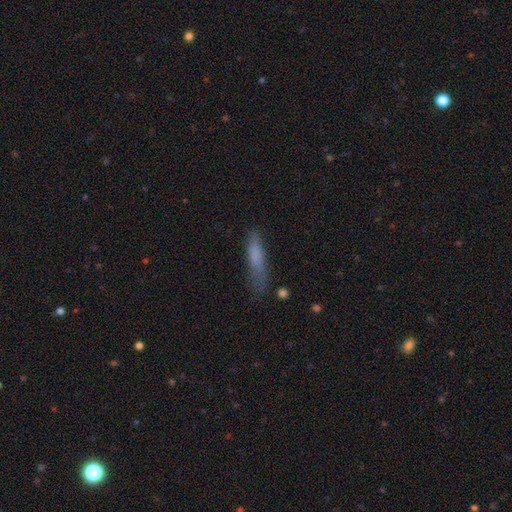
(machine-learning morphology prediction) A smooth galaxy with no disk features (72%) that is cigar-shaped (79%). Merging: none (57%).